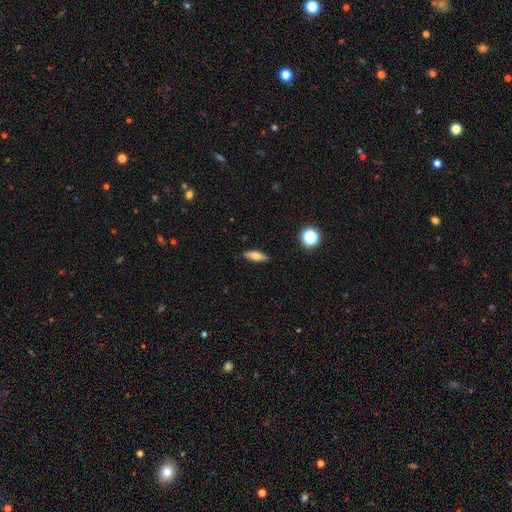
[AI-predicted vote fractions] Smooth or featured? Predicted: smooth (p=0.69). How rounded? Predicted: in between (p=0.56). Merging? Predicted: none (p=0.89).